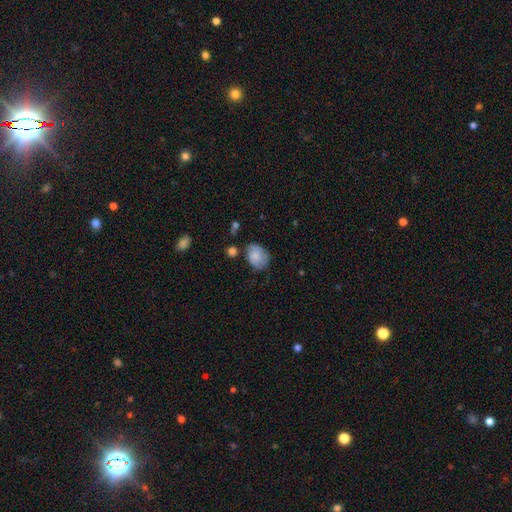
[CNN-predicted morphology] Overall: smooth (77%). How rounded: in between (66%; round 33%). Merging: none (54%; minor disturbance 31%).